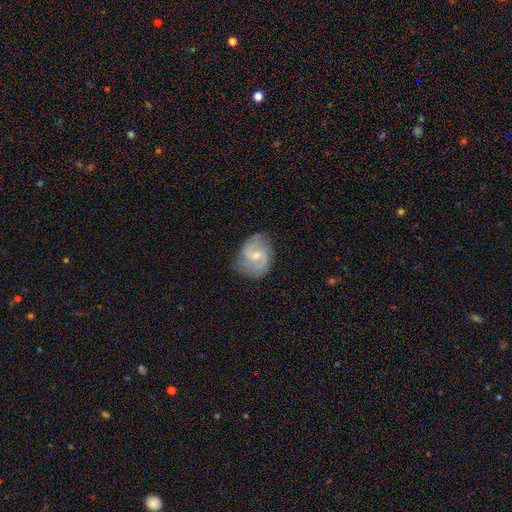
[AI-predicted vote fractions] This appears to be a featured or disk galaxy (76%) with a weak bar (47%), 2 (80%) medium (51%) spiral arms (93%) and a small central bulge (51%). Merging: none (70%).